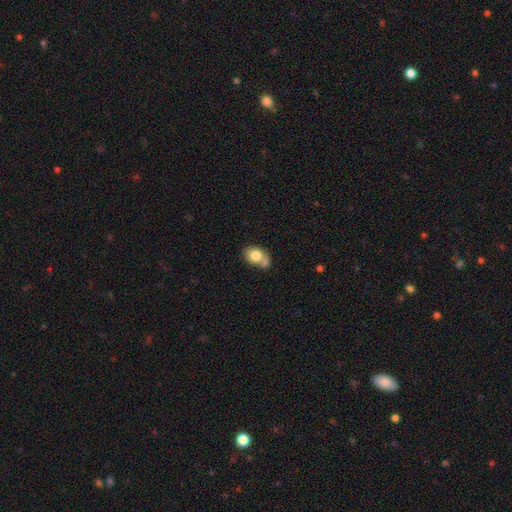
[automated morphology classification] smooth-or-featured: smooth: 78% | featured or disk: 14% | star or artifact: 8%
  how-rounded: in between: 59% | round: 40% | cigar-shaped: 1%
  merging: merger: 39% (tied) | none: 39% (tied) | minor disturbance: 16% | major disturbance: 6%